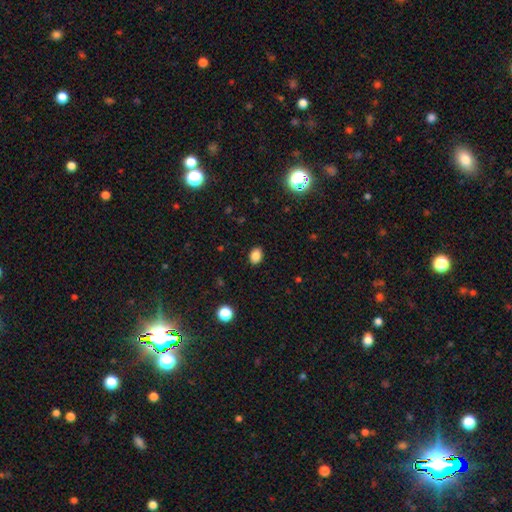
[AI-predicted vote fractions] Overall: smooth (85%). How rounded: in between (64%; round 35%). Merging: none (89%).